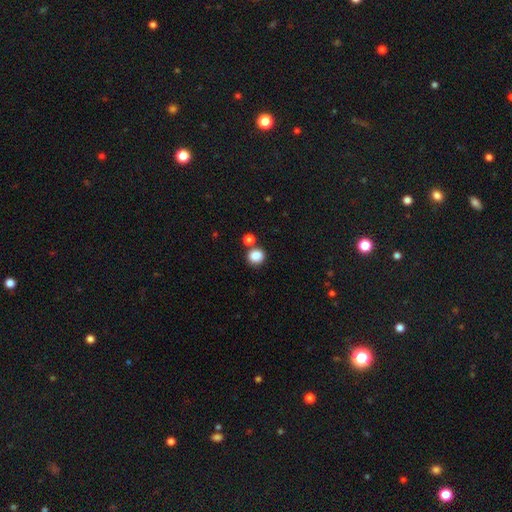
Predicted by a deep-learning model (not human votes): smooth_or_featured: smooth (p=0.86) [alt: star or artifact p=0.10]
how_rounded: round (p=0.80) [alt: in between p=0.19]
merging: none (p=0.72) [alt: merger p=0.16]